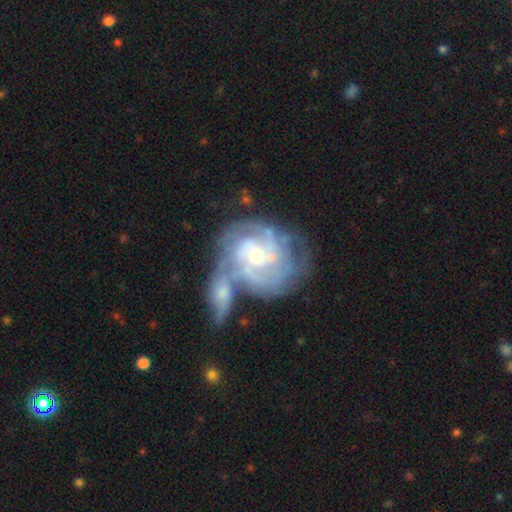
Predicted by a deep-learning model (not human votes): Overall: featured or disk (86%). Edge-on disk: no (97%). Bar: no (62%; weak 31%). Spiral arms: yes (94%). Spiral arm count: can't tell (35%; 2 21%). Spiral winding: tight (63%; medium 30%). Bulge size: moderate (48%; small 45%). Merging: merger (50%; none 27%).